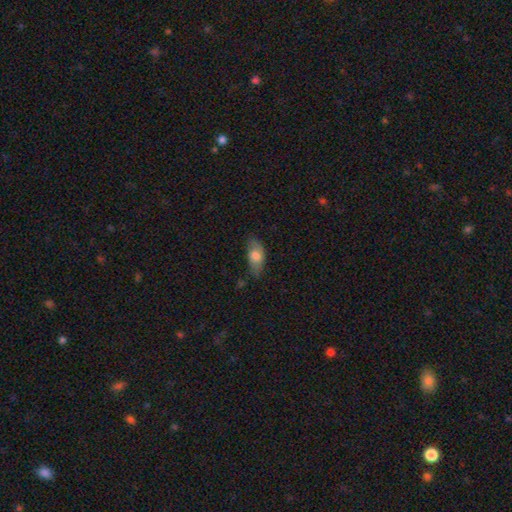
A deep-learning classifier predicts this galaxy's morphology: Smooth or featured: smooth — 71% (featured or disk — 22%)
How rounded: in between — 86% (cigar-shaped — 9%)
Merging: none — 62% (minor disturbance — 28%)